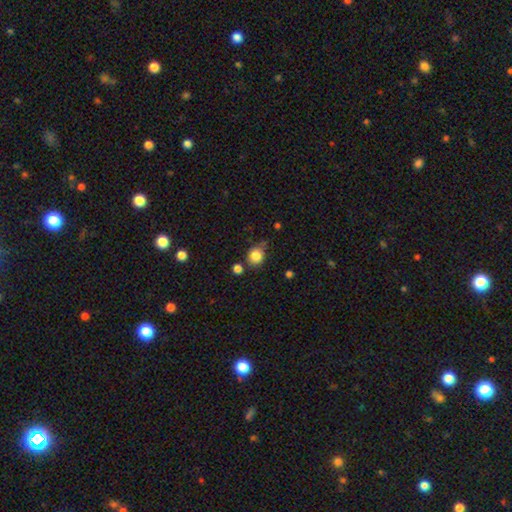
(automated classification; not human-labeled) This appears to be a smooth galaxy with no disk features (84%) that is round (74%). Merging: none (59%).